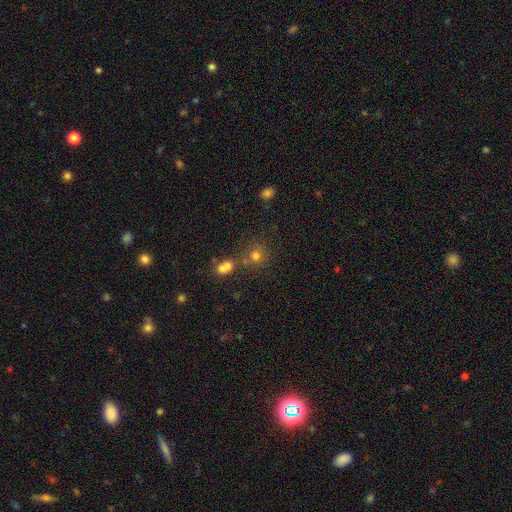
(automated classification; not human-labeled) This appears to be a smooth galaxy with no disk features (67%) that is round (87%). Merging: none (60%).